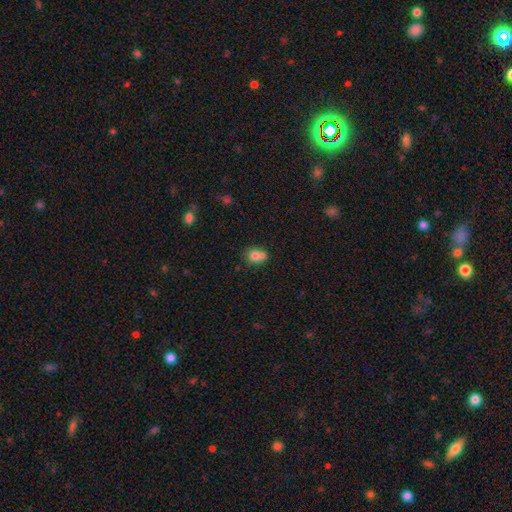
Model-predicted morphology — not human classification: smooth_or_featured: smooth (p=0.74) [alt: featured or disk p=0.15]
how_rounded: round (p=0.71) [alt: in between p=0.28]
merging: merger (p=0.54) [alt: none p=0.35]